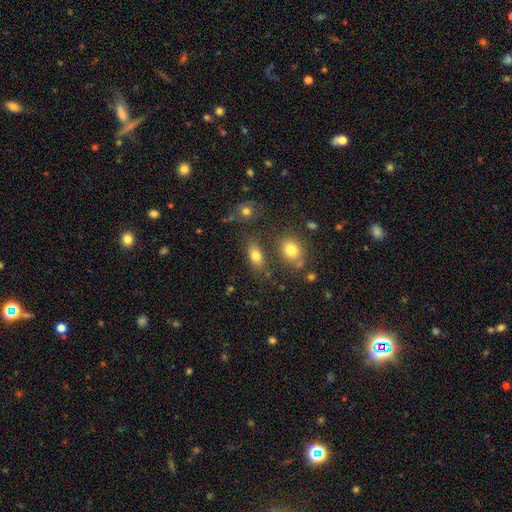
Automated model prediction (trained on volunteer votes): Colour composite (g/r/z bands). It shows a smooth galaxy with no disk features (79%) that is in between round and cigar-shaped (85%). Merging: none (72%).